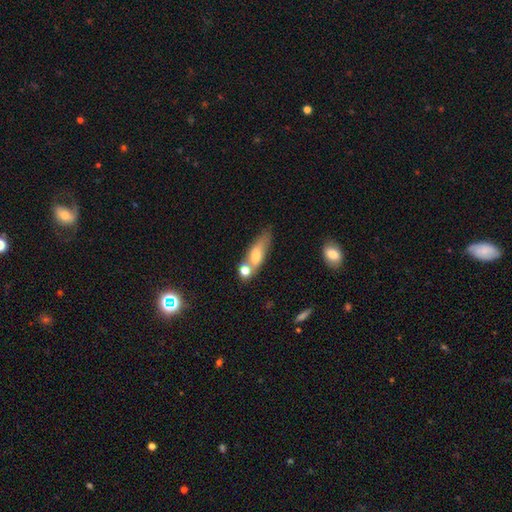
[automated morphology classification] Smooth or featured? smooth (62%)
How rounded? in between (51%)
Merging? none (44%)